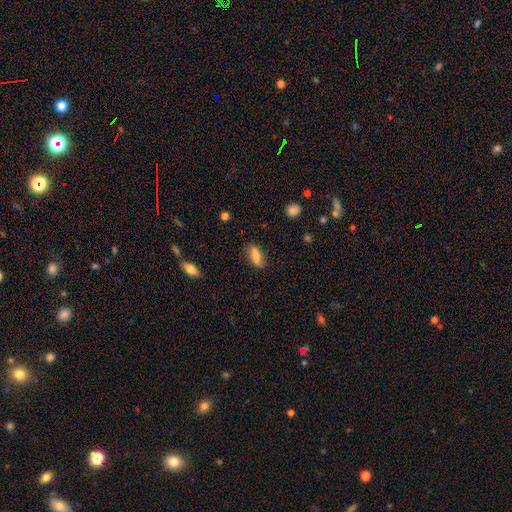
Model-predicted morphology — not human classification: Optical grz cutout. It shows a smooth galaxy with no disk features (70%) that is in between round and cigar-shaped (68%). Merging: none (78%).